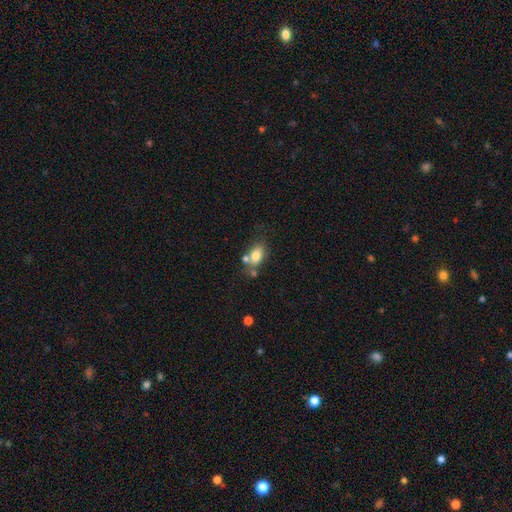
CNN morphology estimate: Smooth or featured: smooth — 76% (featured or disk — 14%)
How rounded: in between — 79% (round — 19%)
Merging: none — 51% (merger — 26%)